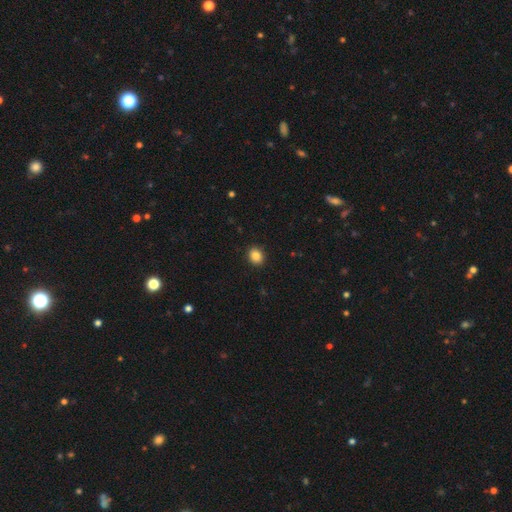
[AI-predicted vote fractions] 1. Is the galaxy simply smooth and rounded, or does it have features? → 86% smooth, 10% star or artifact, 4% featured or disk.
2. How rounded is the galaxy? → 61% round, 38% in between, 1% cigar-shaped.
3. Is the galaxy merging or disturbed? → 91% none, 6% minor disturbance, 2% major disturbance, 1% merger.